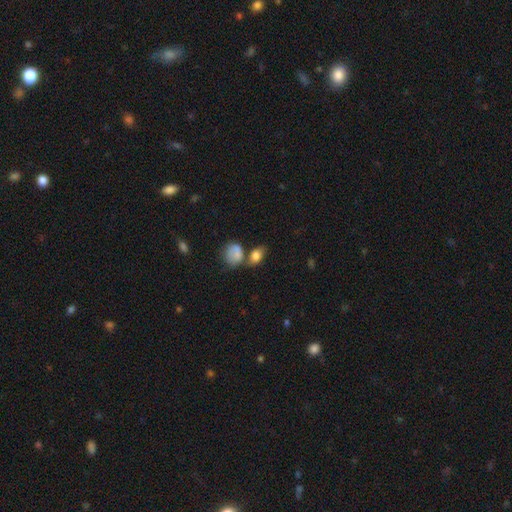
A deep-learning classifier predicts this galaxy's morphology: The model was most divided on "merging": none: 48%, merger: 29%, minor disturbance: 16%, major disturbance: 7%. More confident: smooth or featured — smooth (80%); how rounded — in between (79%).